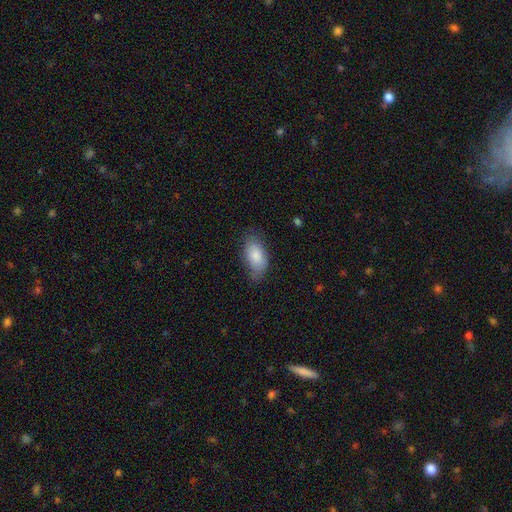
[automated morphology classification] A smooth galaxy with no disk features (84%) that is in between round and cigar-shaped (93%). Merging: none (66%).